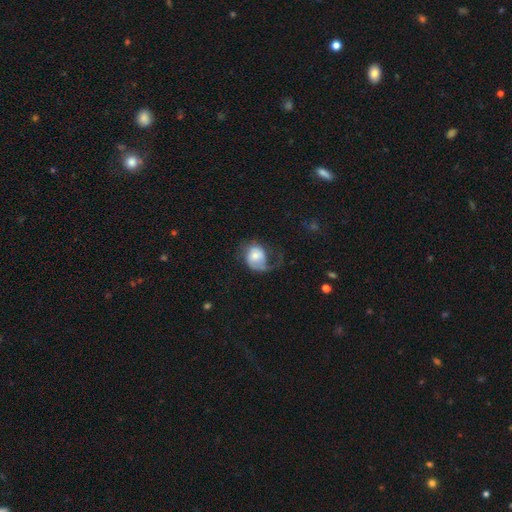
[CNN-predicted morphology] A smooth galaxy with no disk features (46%, tied with featured or disk). Merging: major disturbance (43%).